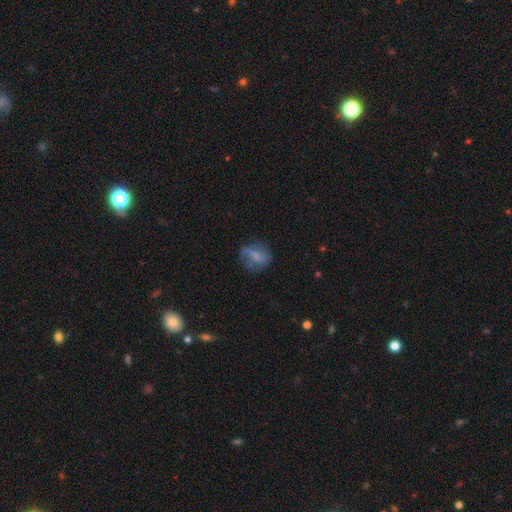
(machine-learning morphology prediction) Smooth or featured: smooth — 61% (featured or disk — 29%)
How rounded: round — 54% (in between — 44%)
Merging: none — 58% (minor disturbance — 25%)